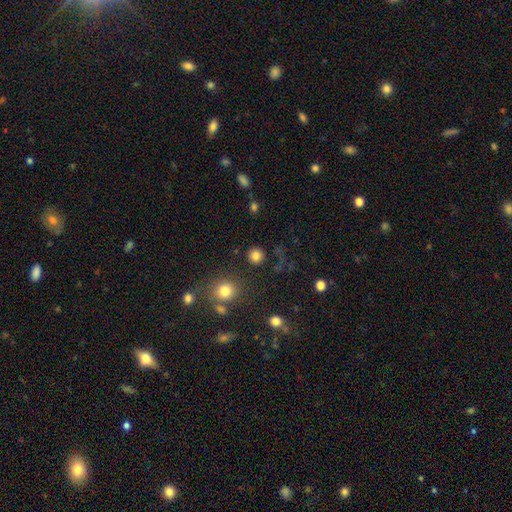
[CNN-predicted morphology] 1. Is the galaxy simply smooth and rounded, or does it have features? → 81% smooth, 14% star or artifact, 5% featured or disk.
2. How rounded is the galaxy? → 93% round, 6% in between, 1% cigar-shaped.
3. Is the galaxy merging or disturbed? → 87% none, 7% minor disturbance, 3% merger, 3% major disturbance.